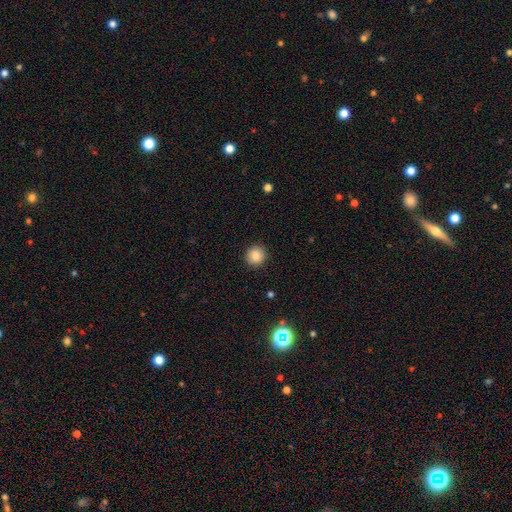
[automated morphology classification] The model was most divided on "smooth or featured": smooth: 85%, star or artifact: 9%, featured or disk: 6%. More confident: how rounded — round (92%); merging — none (91%).